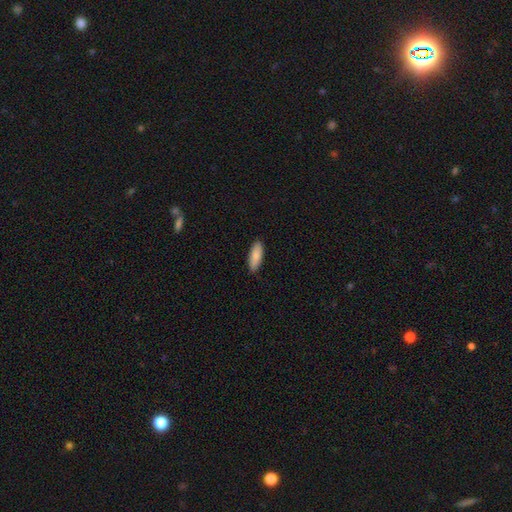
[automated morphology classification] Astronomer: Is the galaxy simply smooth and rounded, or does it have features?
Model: smooth — 84%.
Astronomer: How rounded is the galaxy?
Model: in between — 69%.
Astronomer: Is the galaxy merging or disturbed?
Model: none — 88%.